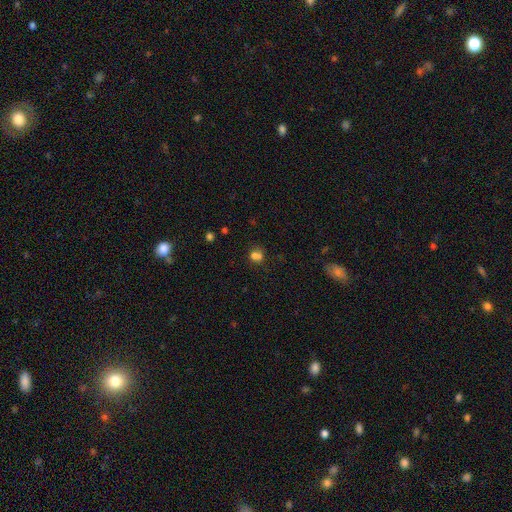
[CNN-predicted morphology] Smooth or featured? Predicted: smooth (p=0.71). How rounded? Predicted: round (p=0.72). Merging? Predicted: none (p=0.45).